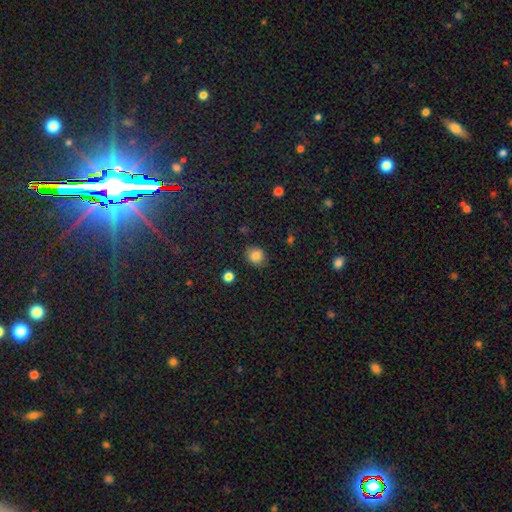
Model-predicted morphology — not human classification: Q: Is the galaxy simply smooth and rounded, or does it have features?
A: smooth — 84%.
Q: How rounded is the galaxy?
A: round — 73%.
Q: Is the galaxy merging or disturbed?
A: none — 82%.